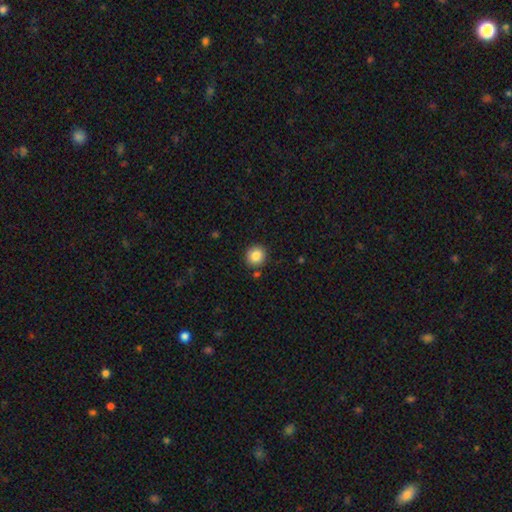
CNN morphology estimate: Smooth or featured: smooth — 86% (star or artifact — 9%)
How rounded: round — 90% (in between — 9%)
Merging: none — 88% (minor disturbance — 7%)